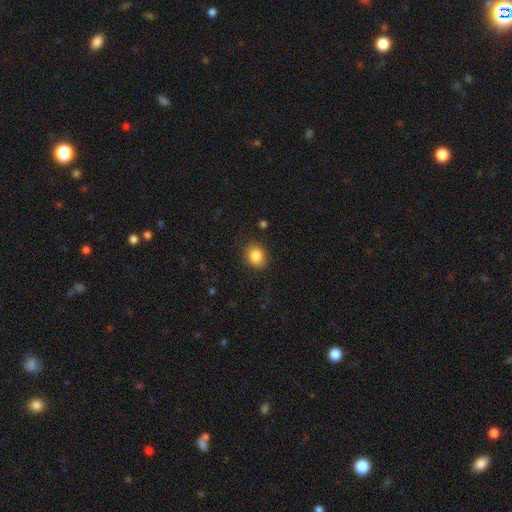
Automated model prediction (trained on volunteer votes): Smooth or featured? smooth (86%)
How rounded? round (61%)
Merging? none (85%)